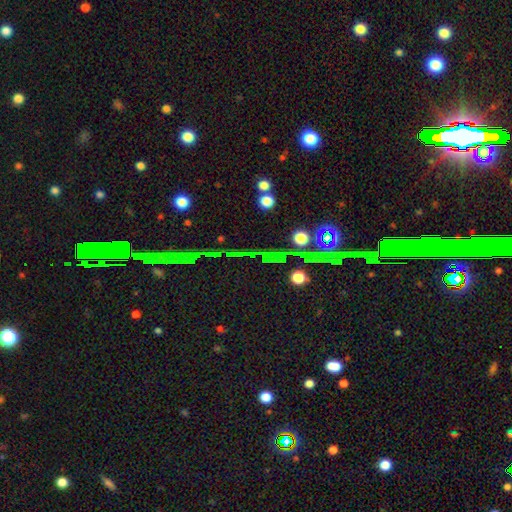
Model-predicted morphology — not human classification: type=star or artifact (80%).